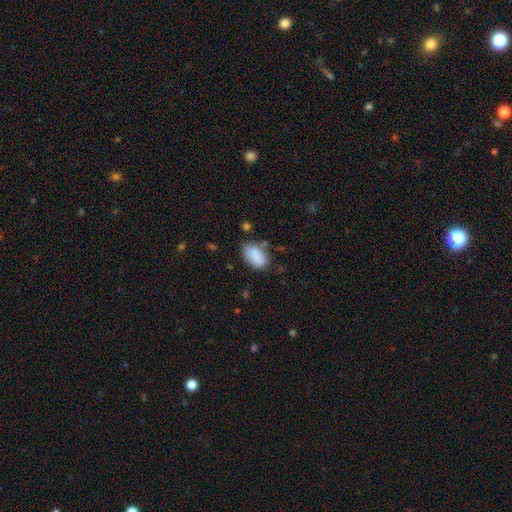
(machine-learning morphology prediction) A smooth galaxy with no disk features (87%) that is in between round and cigar-shaped (92%). Merging: none (68%).